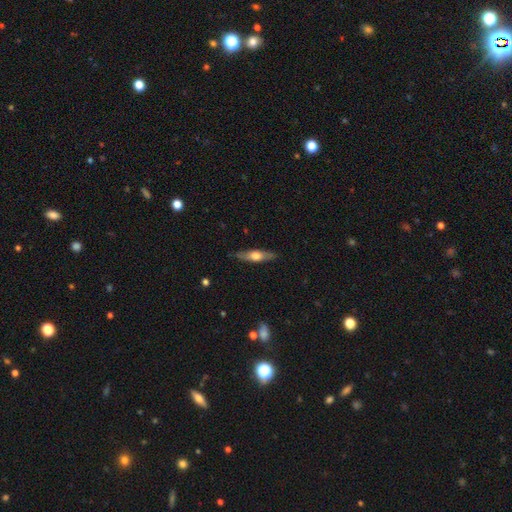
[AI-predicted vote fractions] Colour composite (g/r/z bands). It shows a featured or disk galaxy (51%) viewed edge-on (85%). Merging: none (86%).